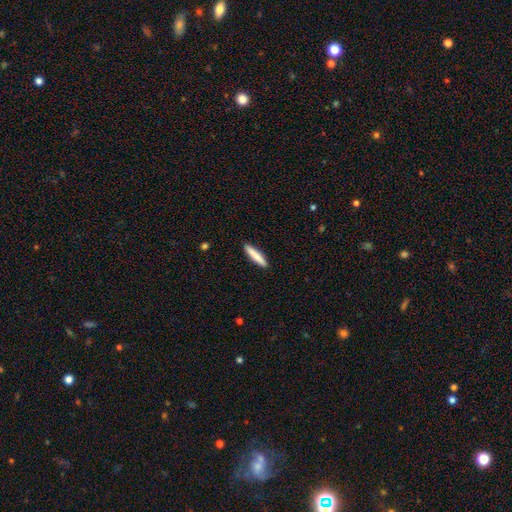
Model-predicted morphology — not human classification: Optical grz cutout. It shows a smooth galaxy with no disk features (79%) that is cigar-shaped (89%). Merging: none (91%).